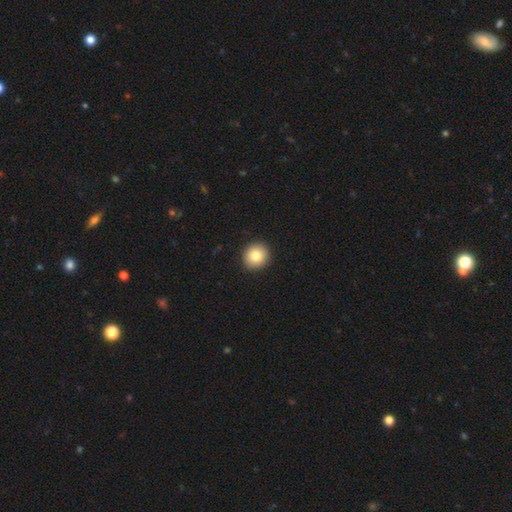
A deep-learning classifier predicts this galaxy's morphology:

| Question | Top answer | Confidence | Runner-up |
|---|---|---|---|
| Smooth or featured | smooth | 82% | featured or disk (9%) |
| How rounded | round | 87% | in between (12%) |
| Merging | none | 93% | minor disturbance (5%) |